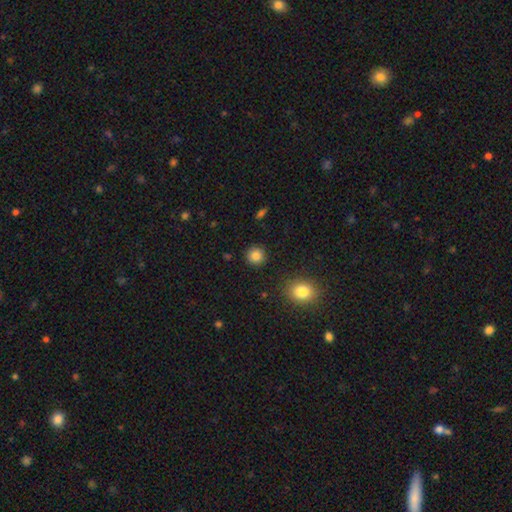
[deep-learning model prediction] Smooth or featured?
  - smooth: 85% *
  - star or artifact: 10%
  - featured or disk: 4%
How rounded?
  - round: 92% *
  - in between: 7%
  - cigar-shaped: 1%
Merging?
  - none: 91% *
  - minor disturbance: 5%
  - major disturbance: 2%
  - merger: 2%